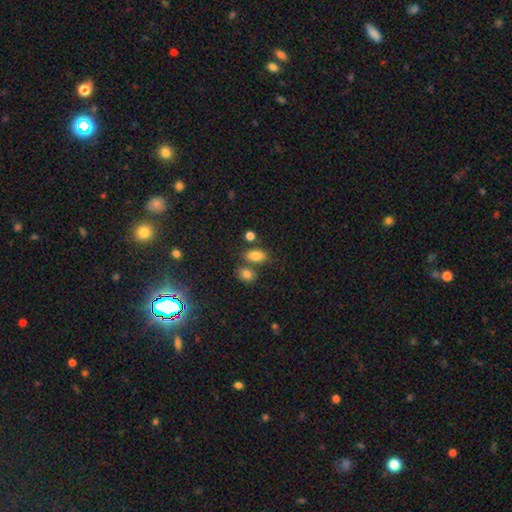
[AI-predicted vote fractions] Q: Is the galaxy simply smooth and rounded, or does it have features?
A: smooth — 81%.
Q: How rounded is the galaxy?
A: in between — 87%.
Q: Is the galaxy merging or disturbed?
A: none — 63%.